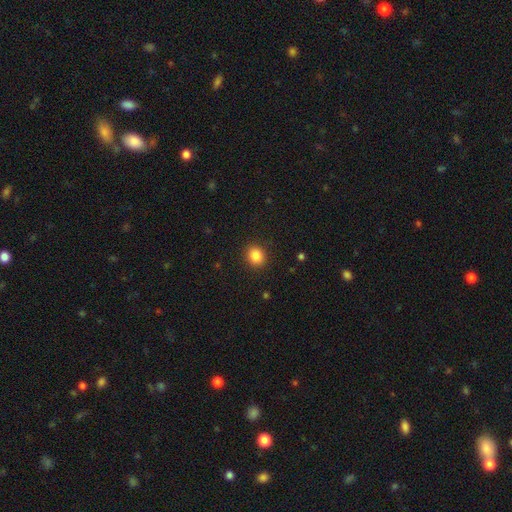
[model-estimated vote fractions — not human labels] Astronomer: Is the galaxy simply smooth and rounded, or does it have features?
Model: smooth — 86%.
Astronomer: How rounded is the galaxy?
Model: round — 72%.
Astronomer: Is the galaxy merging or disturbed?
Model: none — 90%.